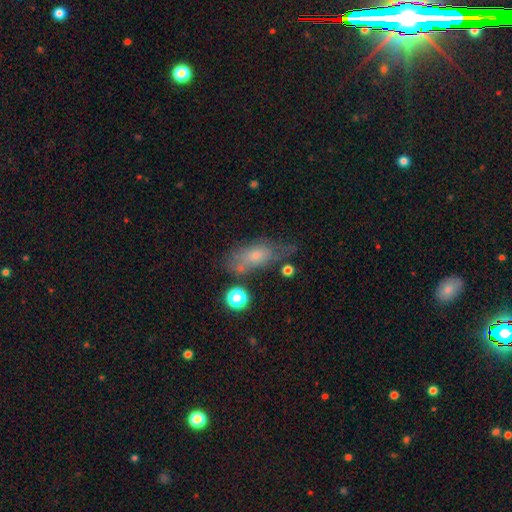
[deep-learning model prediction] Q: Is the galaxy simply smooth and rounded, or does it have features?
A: smooth — 58%.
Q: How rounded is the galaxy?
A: in between — 76%.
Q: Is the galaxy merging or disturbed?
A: none — 49%.